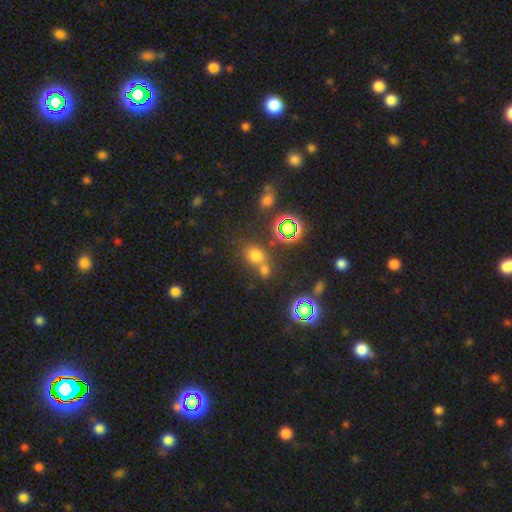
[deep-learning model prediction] Smooth or featured: smooth — 62% (star or artifact — 30%)
How rounded: round — 59% (in between — 39%)
Merging: none — 50% (merger — 35%)